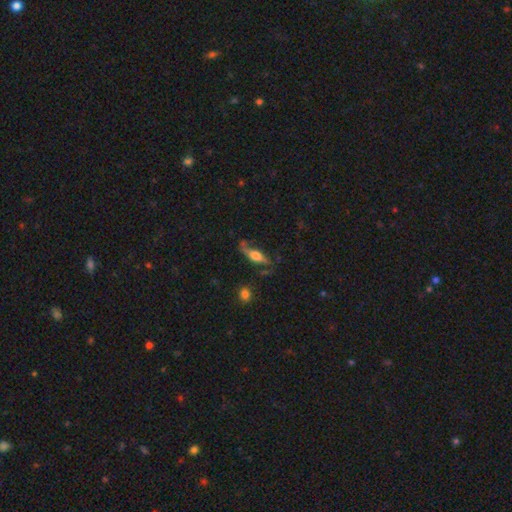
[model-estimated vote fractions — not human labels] Smooth or featured: featured or disk — 56% (smooth — 37%)
Edge-on disk: yes — 69% (no — 31%)
Merging: none — 56% (minor disturbance — 23%)